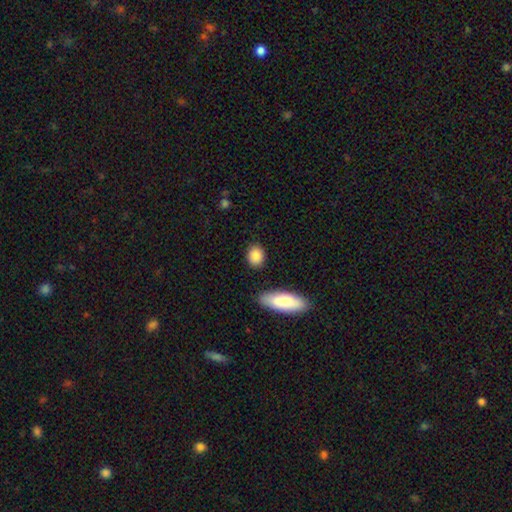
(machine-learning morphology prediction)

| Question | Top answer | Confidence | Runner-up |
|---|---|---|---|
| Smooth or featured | smooth | 88% | star or artifact (7%) |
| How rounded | in between | 50% | round (47%) |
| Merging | none | 85% | minor disturbance (10%) |